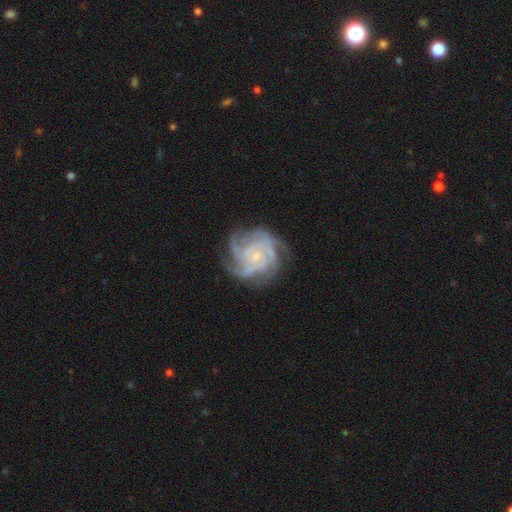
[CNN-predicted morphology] Smooth or featured? featured or disk (89%)
Edge-on disk? no (98%)
Bar? no (74%)
Spiral arms? yes (98%)
Spiral winding? tight (62%)
Spiral arm count? 4 (42%)
Bulge size? small (80%)
Merging? none (73%)